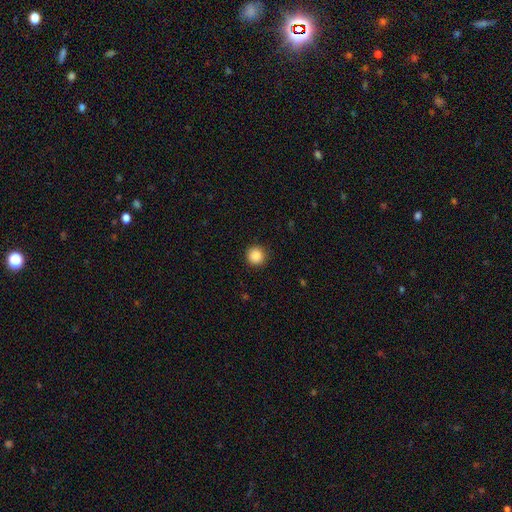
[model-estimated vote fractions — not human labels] smooth_or_featured: smooth (p=0.88) [alt: star or artifact p=0.09]
how_rounded: round (p=0.95) [alt: in between p=0.04]
merging: none (p=0.91) [alt: minor disturbance p=0.06]